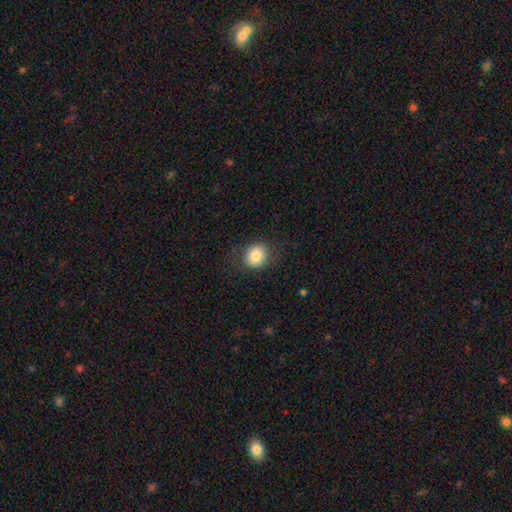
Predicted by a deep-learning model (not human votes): Smooth or featured?
  - smooth: 82% *
  - star or artifact: 9%
  - featured or disk: 9%
How rounded?
  - round: 68% *
  - in between: 31%
  - cigar-shaped: 1%
Merging?
  - none: 83% *
  - minor disturbance: 12%
  - major disturbance: 5%
  - merger: 1%